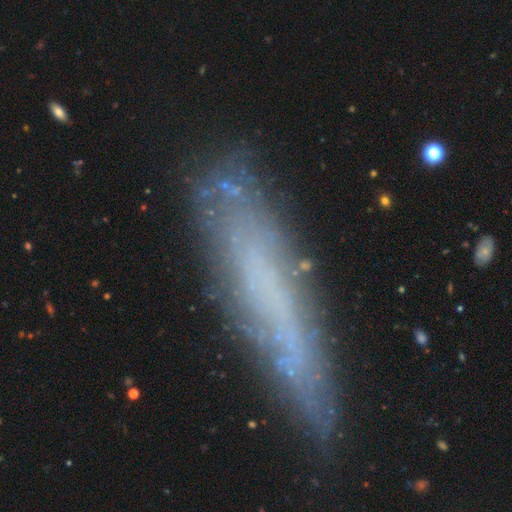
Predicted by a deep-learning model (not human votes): This appears to be a featured or disk galaxy (48%). Merging: none (79%).